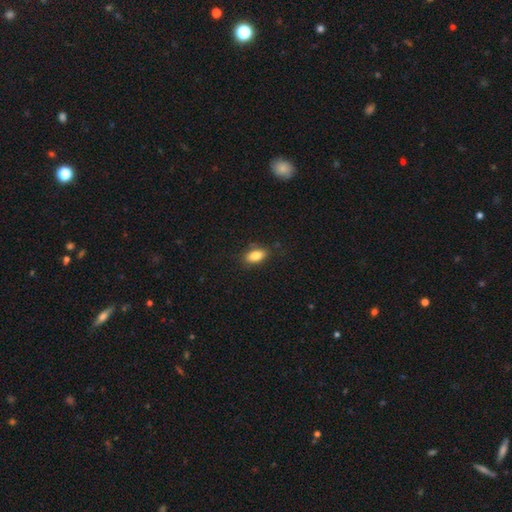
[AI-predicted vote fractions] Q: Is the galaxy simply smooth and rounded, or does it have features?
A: smooth — 84%.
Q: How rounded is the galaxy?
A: in between — 89%.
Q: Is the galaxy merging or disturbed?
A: none — 82%.